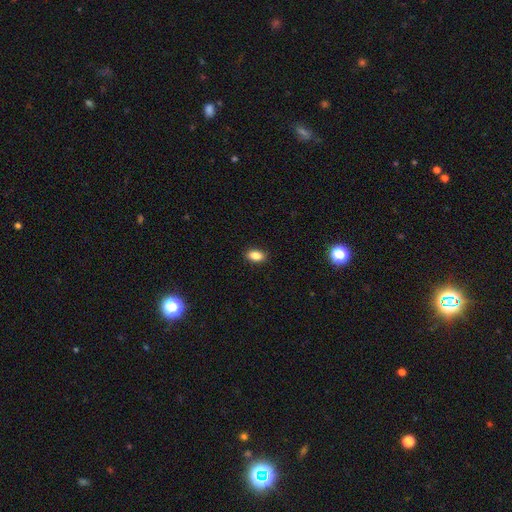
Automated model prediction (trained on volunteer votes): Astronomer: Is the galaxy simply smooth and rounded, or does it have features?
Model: smooth — 86%.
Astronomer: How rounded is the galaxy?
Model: in between — 90%.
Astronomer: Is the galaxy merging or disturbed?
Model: none — 89%.